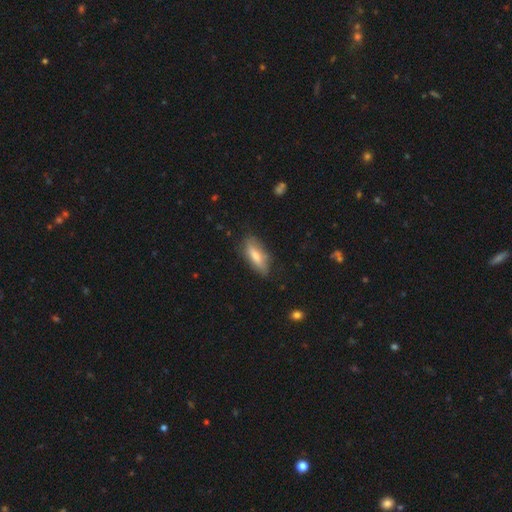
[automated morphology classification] Smooth or featured: smooth — 64% (featured or disk — 28%)
How rounded: in between — 59% (cigar-shaped — 39%)
Merging: none — 76% (minor disturbance — 19%)